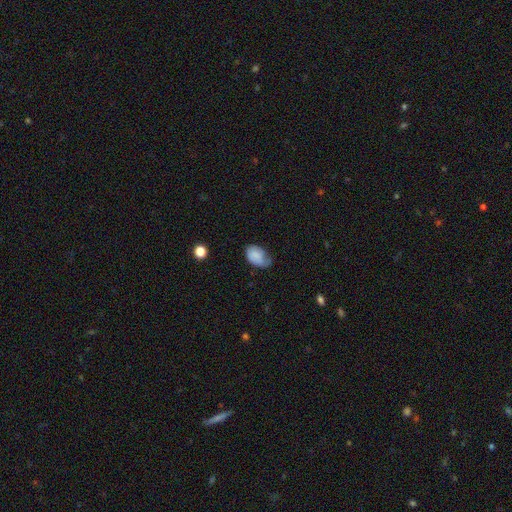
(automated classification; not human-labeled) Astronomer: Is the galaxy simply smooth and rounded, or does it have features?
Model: smooth — 77%.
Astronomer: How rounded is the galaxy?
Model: in between — 86%.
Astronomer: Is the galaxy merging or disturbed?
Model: none — 42% (runner-up: minor disturbance, 41%).